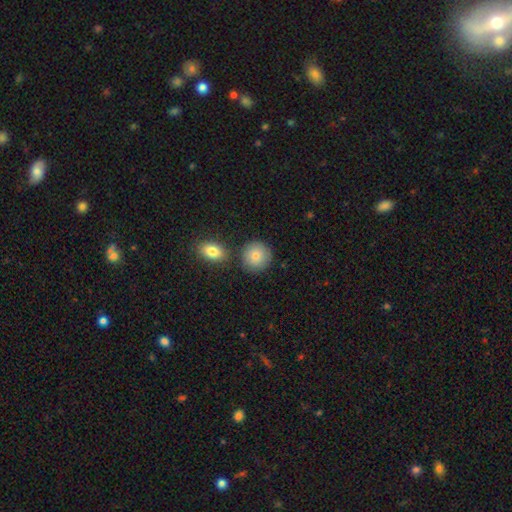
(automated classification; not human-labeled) Morphology: type=smooth (83%); roundness=round (89%); merging=none (78%).